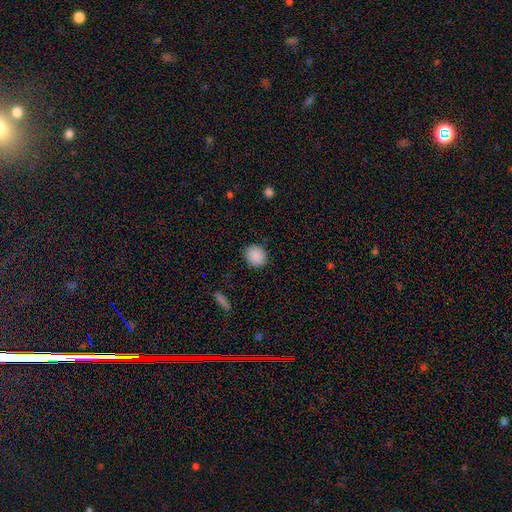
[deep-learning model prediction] Q: Smooth or featured?
A: smooth (89%); runner-up: star or artifact (8%)
Q: How rounded?
A: round (78%); runner-up: in between (21%)
Q: Merging?
A: none (88%); runner-up: minor disturbance (8%)